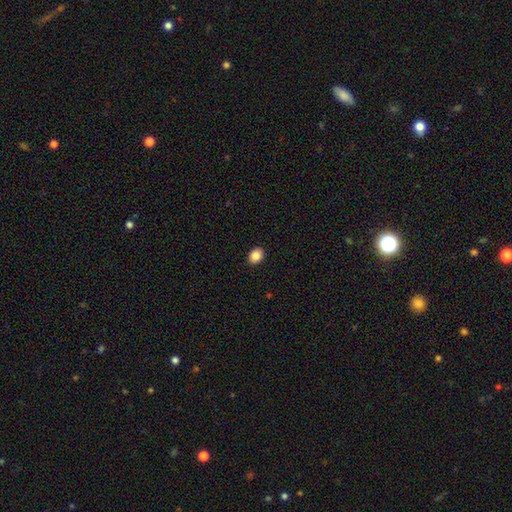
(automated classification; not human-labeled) The model was most divided on "how rounded": in between: 69%, round: 30%, cigar-shaped: 1%. More confident: merging — none (91%); smooth or featured — smooth (87%).